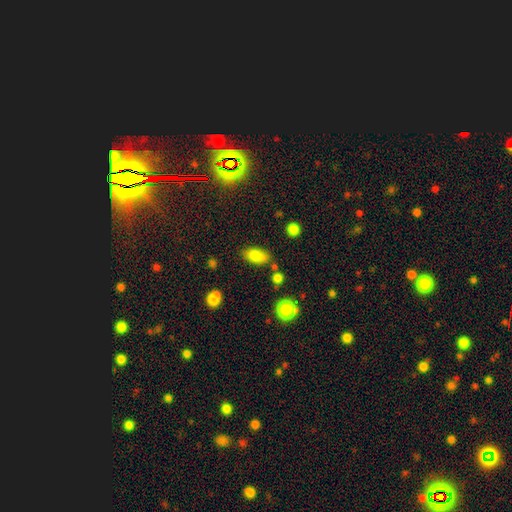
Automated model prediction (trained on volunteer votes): Smooth or featured? Predicted: smooth (p=0.83). How rounded? Predicted: in between (p=0.90). Merging? Predicted: none (p=0.75).